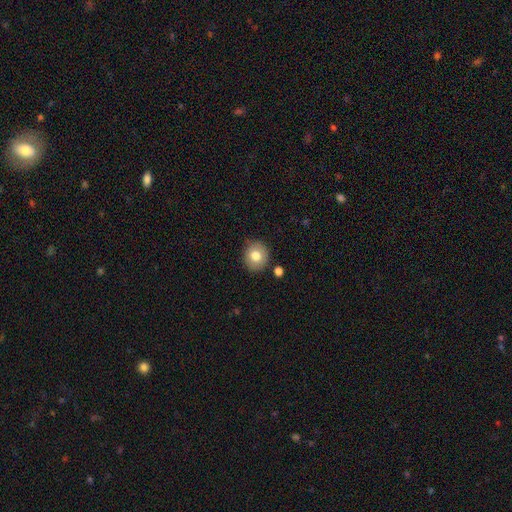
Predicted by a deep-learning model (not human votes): A smooth galaxy with no disk features (79%) that is round (78%).

Vote fractions:
- Smooth or featured? smooth: 79% / featured or disk: 13% / star or artifact: 9%
- How rounded? round: 78% / in between: 21% / cigar-shaped: 1%
- Merging? none: 85% / minor disturbance: 10% / merger: 3% / major disturbance: 2%